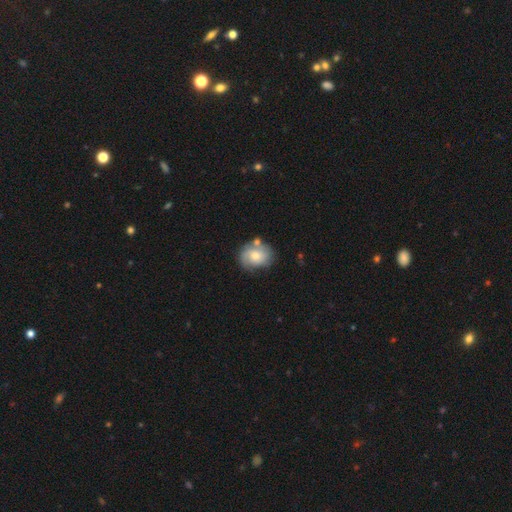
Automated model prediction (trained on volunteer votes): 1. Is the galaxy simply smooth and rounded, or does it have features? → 53% smooth, 39% featured or disk, 8% star or artifact.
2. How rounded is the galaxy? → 51% round, 48% in between, 1% cigar-shaped.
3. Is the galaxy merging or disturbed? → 58% none, 22% minor disturbance, 14% merger, 7% major disturbance.